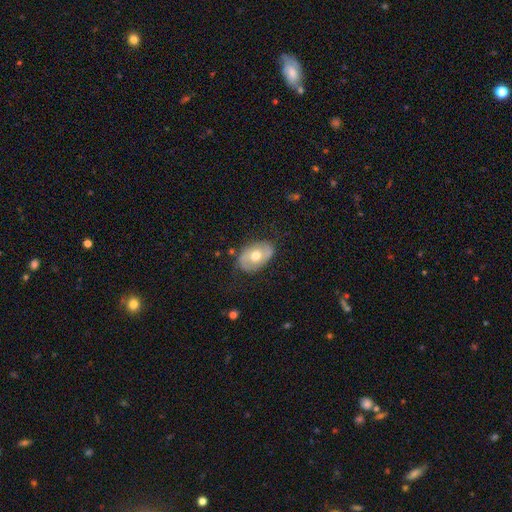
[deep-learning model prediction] This appears to be a featured or disk galaxy (50%). Merging: none (75%).